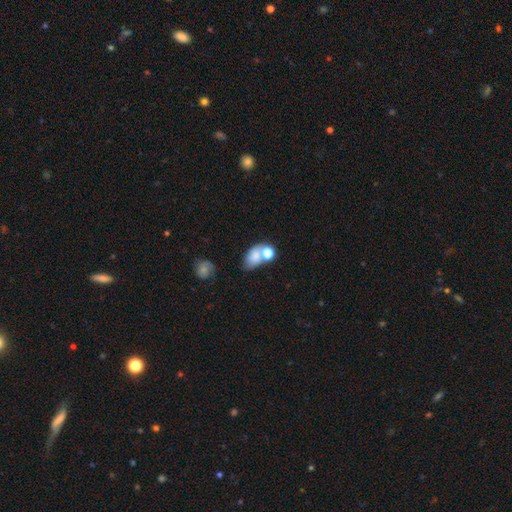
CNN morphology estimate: Overall: smooth (70%). How rounded: in between (79%). Merging: merger (38%; none 36%).